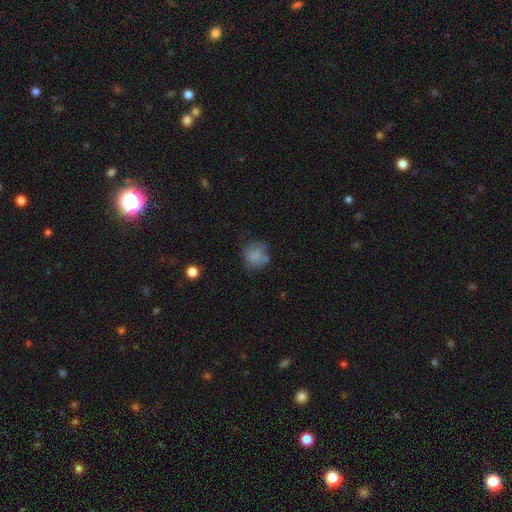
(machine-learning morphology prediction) Overall: smooth (75%). How rounded: round (79%). Merging: none (55%; minor disturbance 25%).